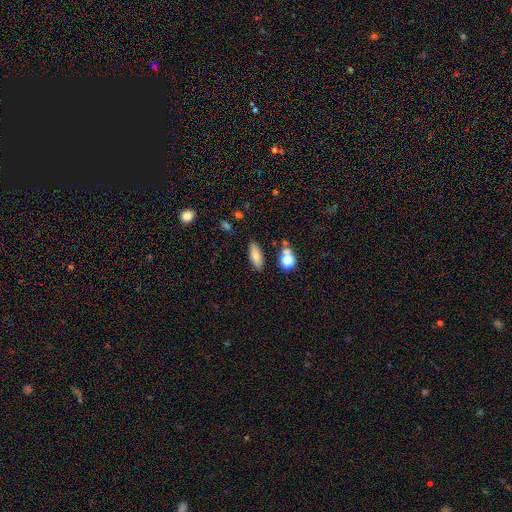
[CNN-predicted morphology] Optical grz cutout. It shows a smooth galaxy with no disk features (80%) that is in between round and cigar-shaped (67%). Merging: none (83%).